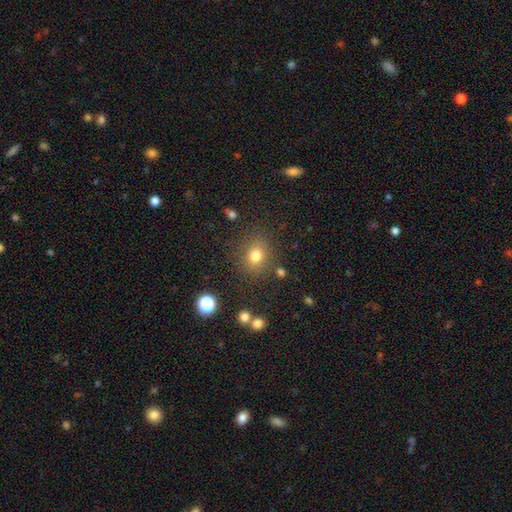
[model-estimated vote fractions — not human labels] Smooth or featured? Predicted: smooth (p=0.77). How rounded? Predicted: round (p=0.69). Merging? Predicted: none (p=0.81).